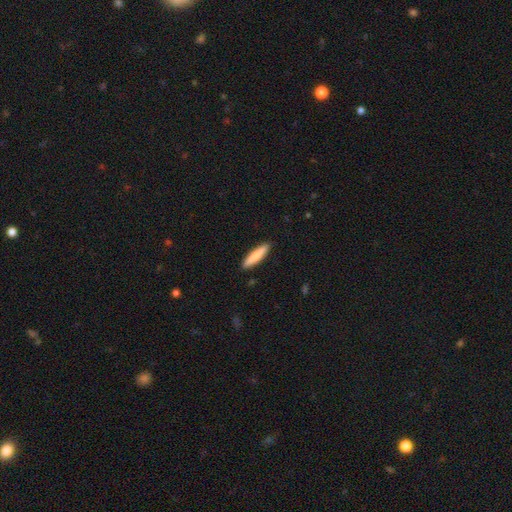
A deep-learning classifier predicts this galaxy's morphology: smooth_or_featured: smooth (p=0.79) [alt: featured or disk p=0.16]
how_rounded: cigar-shaped (p=0.85) [alt: in between p=0.13]
merging: none (p=0.91) [alt: minor disturbance p=0.06]